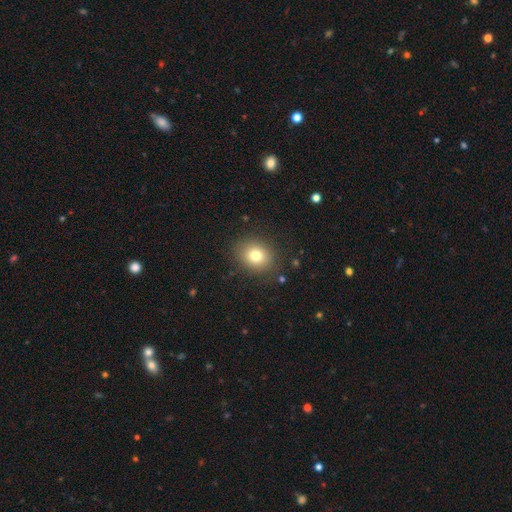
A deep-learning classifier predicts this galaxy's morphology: Q: Smooth or featured?
A: smooth (78%); runner-up: star or artifact (12%)
Q: How rounded?
A: round (63%); runner-up: in between (36%)
Q: Merging?
A: none (86%); runner-up: minor disturbance (9%)